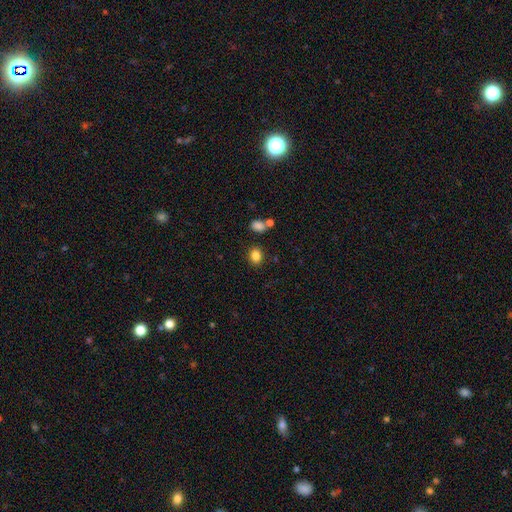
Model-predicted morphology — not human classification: smooth-or-featured: smooth: 85% | star or artifact: 11% | featured or disk: 5%
  how-rounded: in between: 50% | round: 49% | cigar-shaped: 1%
  merging: none: 82% | minor disturbance: 10% | merger: 5% | major disturbance: 3%